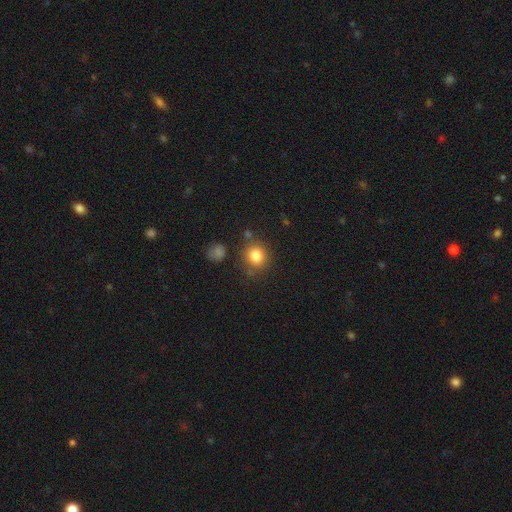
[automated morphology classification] The model was most divided on "merging": none: 78%, minor disturbance: 11%, merger: 7%, major disturbance: 4%. More confident: how rounded — round (84%); smooth or featured — smooth (83%).